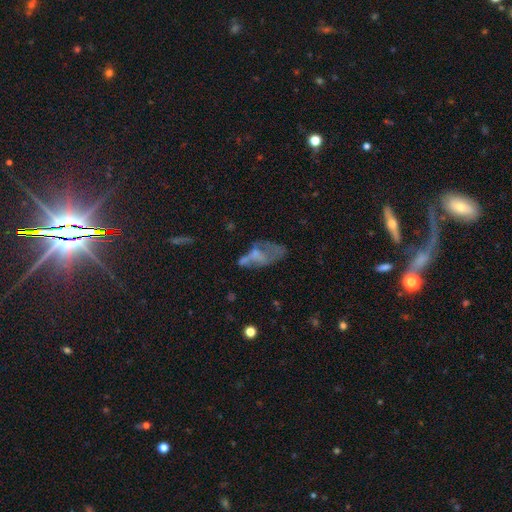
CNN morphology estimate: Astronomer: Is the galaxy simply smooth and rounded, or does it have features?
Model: featured or disk — 46% (runner-up: smooth, 39%).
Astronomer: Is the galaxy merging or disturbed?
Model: major disturbance — 33% (runner-up: none, 27%).